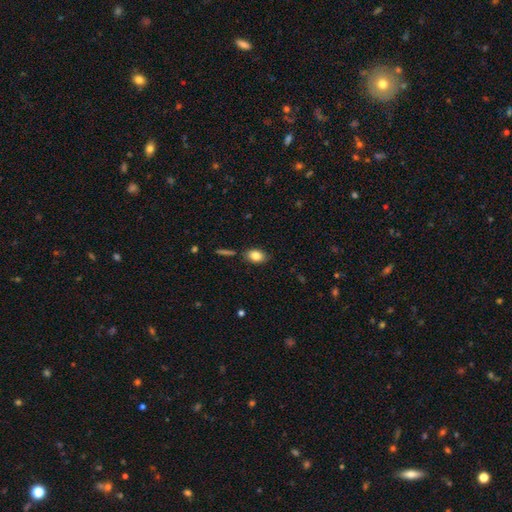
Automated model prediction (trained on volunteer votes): smooth 83%, featured or disk 9%, star or artifact 8%. Down the decision tree: how rounded — in between (87%); merging — none (81%).